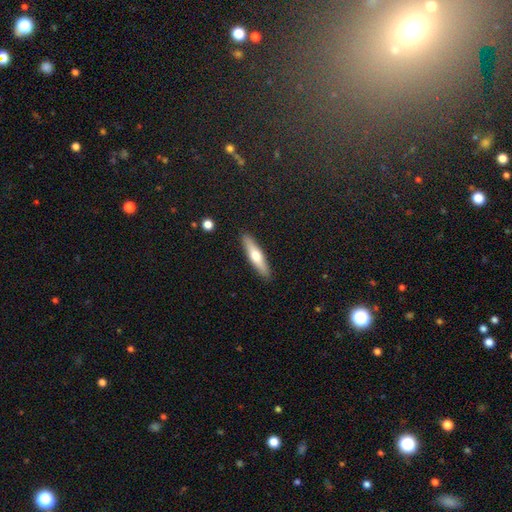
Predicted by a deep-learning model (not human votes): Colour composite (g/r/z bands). It shows a smooth galaxy with no disk features (52%) that is cigar-shaped (82%). Merging: none (90%).